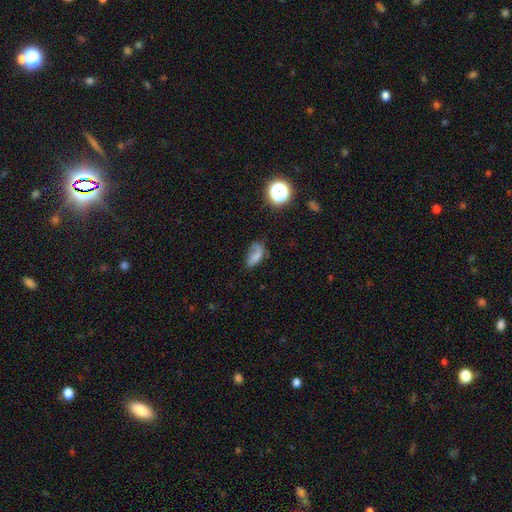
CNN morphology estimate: Q: Smooth or featured?
A: smooth (66%); runner-up: featured or disk (21%)
Q: How rounded?
A: in between (86%); runner-up: round (7%)
Q: Merging?
A: none (43%); runner-up: minor disturbance (32%)